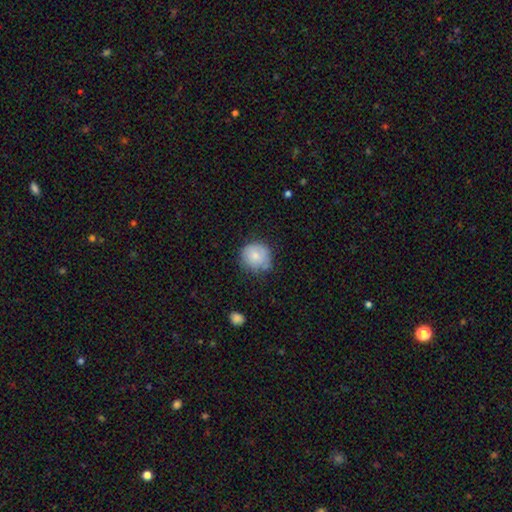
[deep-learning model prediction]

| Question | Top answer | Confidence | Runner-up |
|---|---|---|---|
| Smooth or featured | smooth | 75% | featured or disk (17%) |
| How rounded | round | 86% | in between (13%) |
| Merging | none | 61% | minor disturbance (29%) |